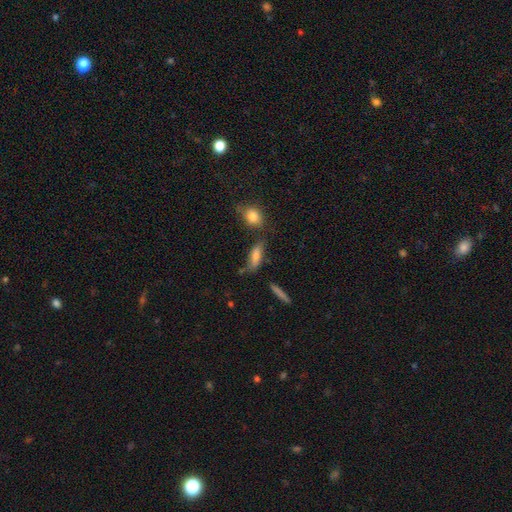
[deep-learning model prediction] Q: Smooth or featured?
A: smooth (73%); runner-up: featured or disk (18%)
Q: How rounded?
A: in between (61%); runner-up: cigar-shaped (36%)
Q: Merging?
A: none (60%); runner-up: minor disturbance (22%)